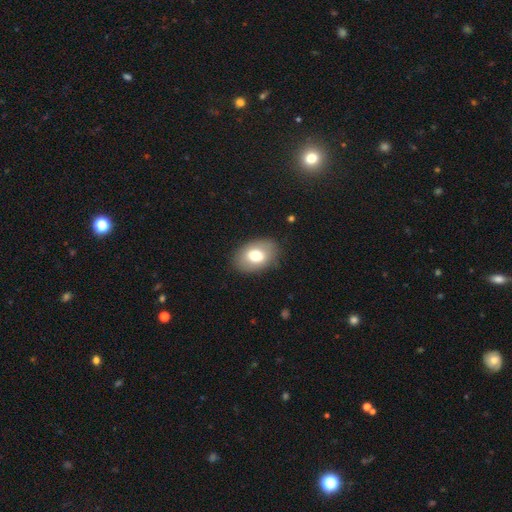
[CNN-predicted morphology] A smooth galaxy with no disk features (71%) that is in between round and cigar-shaped (83%).

Vote fractions:
- Smooth or featured? smooth: 71% / featured or disk: 22% / star or artifact: 7%
- How rounded? in between: 83% / round: 16% / cigar-shaped: 1%
- Merging? none: 85% / minor disturbance: 11% / major disturbance: 3% / merger: 1%